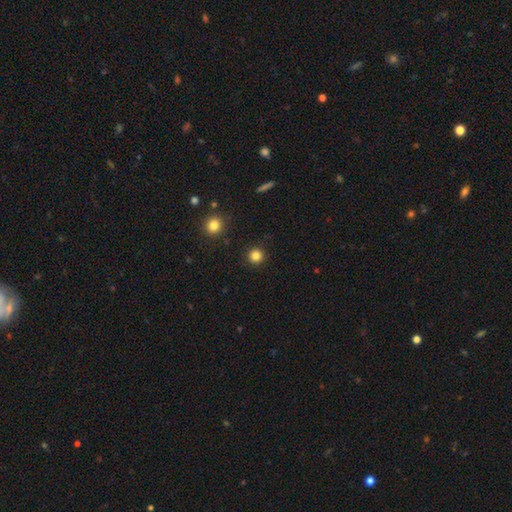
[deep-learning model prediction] Morphology: type=smooth (83%); roundness=round (94%); merging=none (91%).